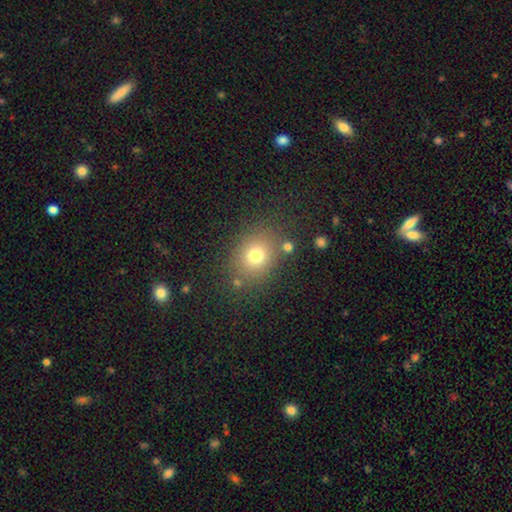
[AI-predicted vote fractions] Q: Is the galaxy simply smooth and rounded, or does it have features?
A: smooth — 74%.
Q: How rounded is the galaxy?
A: round — 63%.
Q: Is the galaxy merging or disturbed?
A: none — 77%.